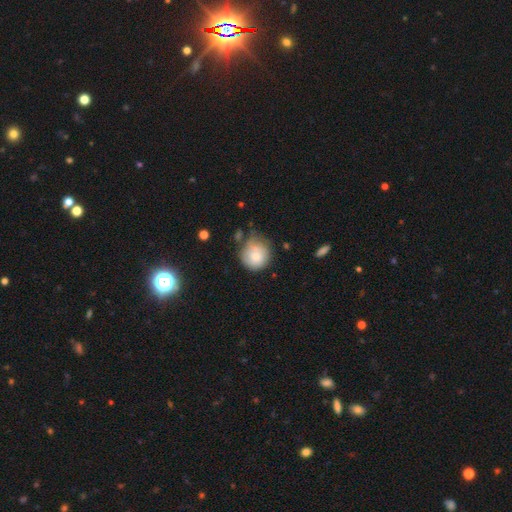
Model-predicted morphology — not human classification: This appears to be a smooth galaxy with no disk features (76%) that is round (88%). Merging: none (48%).